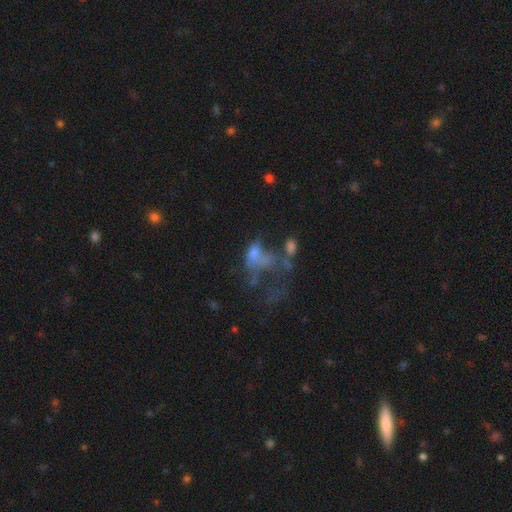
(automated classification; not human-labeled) This is marginally a smooth galaxy (45%). Merging: marginally major disturbance (39%).